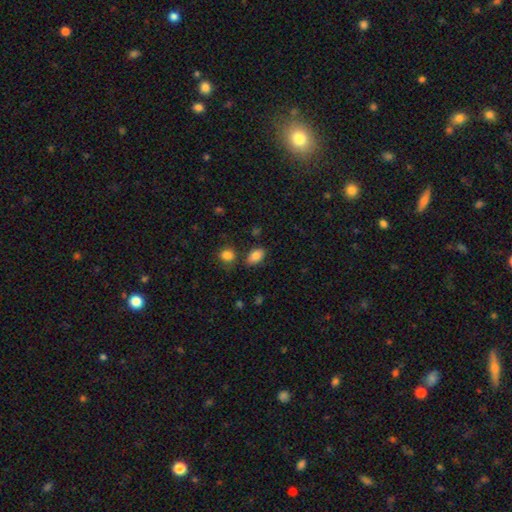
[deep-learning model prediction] smooth-or-featured: smooth: 84% | star or artifact: 8% | featured or disk: 8%
  how-rounded: in between: 89% | round: 9% | cigar-shaped: 2%
  merging: none: 76% | minor disturbance: 13% | merger: 8% | major disturbance: 3%